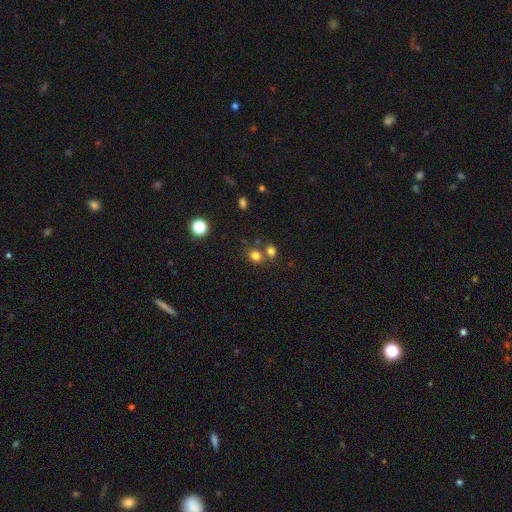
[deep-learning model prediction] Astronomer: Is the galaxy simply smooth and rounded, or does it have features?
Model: smooth — 79%.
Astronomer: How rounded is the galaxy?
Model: round — 66%.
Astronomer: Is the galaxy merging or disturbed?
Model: none — 60%.